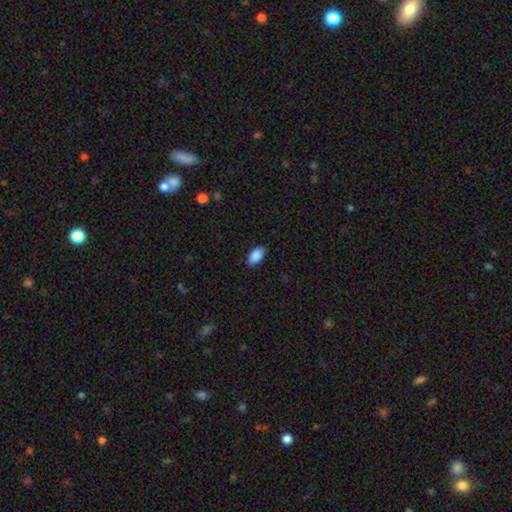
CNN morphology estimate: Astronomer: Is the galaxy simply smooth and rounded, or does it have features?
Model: smooth — 89%.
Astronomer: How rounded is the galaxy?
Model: in between — 94%.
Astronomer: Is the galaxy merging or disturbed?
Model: none — 86%.